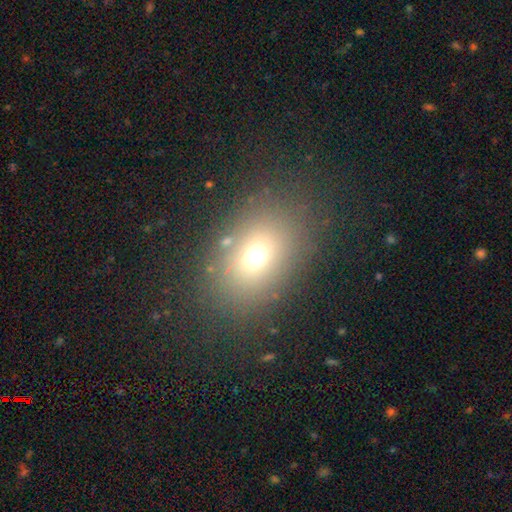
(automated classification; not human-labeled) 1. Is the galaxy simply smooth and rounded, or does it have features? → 67% smooth, 20% star or artifact, 13% featured or disk.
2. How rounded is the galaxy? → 59% in between, 40% round, 1% cigar-shaped.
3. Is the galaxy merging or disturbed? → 80% none, 10% minor disturbance, 7% major disturbance, 3% merger.